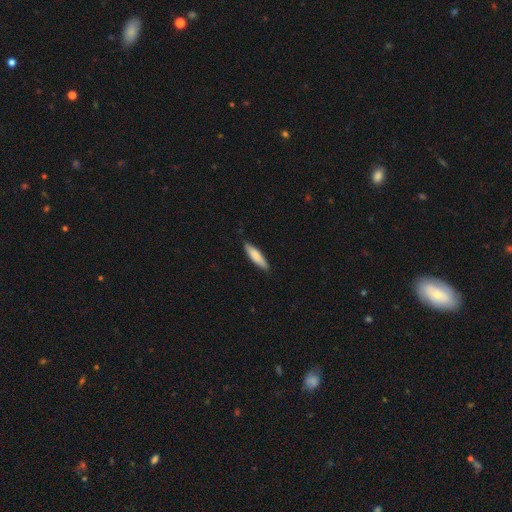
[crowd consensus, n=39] Smooth or featured?
  - smooth: 95% *
  - featured or disk: 5%
  - star or artifact: 0%
How rounded?
  - cigar-shaped: 76% *
  - in between: 22%
  - round: 3%
Merging?
  - none: 87% *
  - minor disturbance: 13%
  - major disturbance: 0%
  - merger: 0%